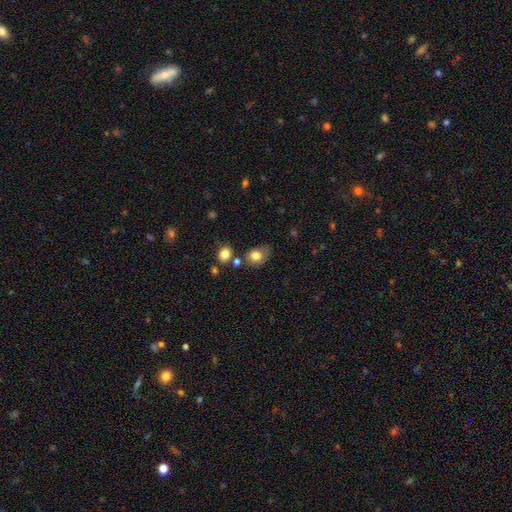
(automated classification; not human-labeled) Smooth or featured: smooth — 77% (featured or disk — 13%)
How rounded: in between — 66% (round — 33%)
Merging: none — 56% (minor disturbance — 26%)